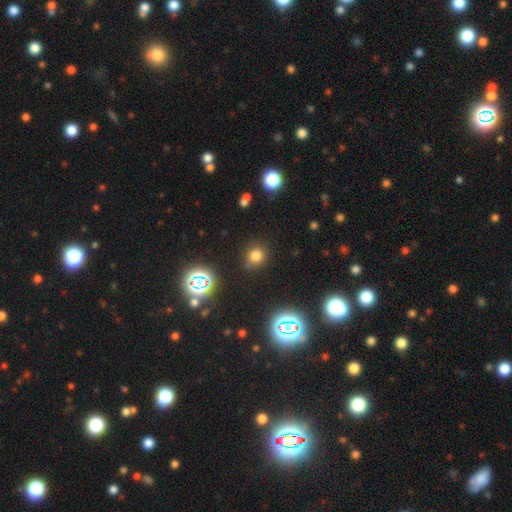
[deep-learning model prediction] Q: Smooth or featured?
A: smooth (72%); runner-up: star or artifact (22%)
Q: How rounded?
A: round (87%); runner-up: in between (12%)
Q: Merging?
A: none (81%); runner-up: minor disturbance (12%)